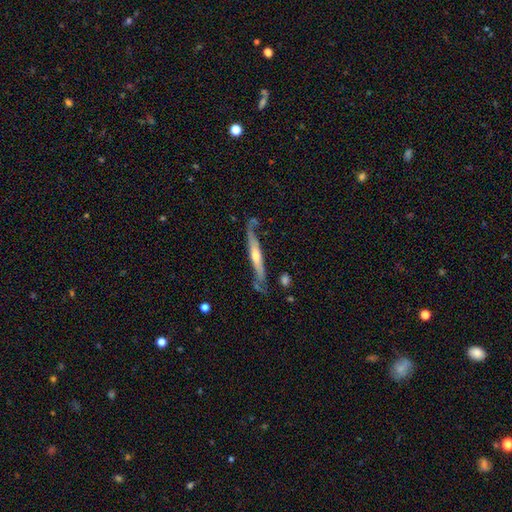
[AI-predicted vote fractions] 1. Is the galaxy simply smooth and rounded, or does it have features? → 71% featured or disk, 24% smooth, 5% star or artifact.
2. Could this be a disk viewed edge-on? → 85% yes, 15% no.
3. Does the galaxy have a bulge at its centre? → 73% rounded, 21% none, 7% boxy.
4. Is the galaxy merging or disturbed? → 64% none, 23% minor disturbance, 8% major disturbance, 5% merger.